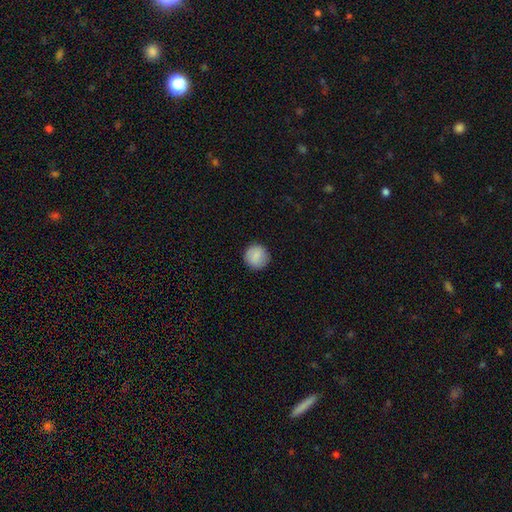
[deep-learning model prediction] This is clearly a smooth galaxy (87%). How rounded: clearly round (95%). Merging: clearly none (91%).